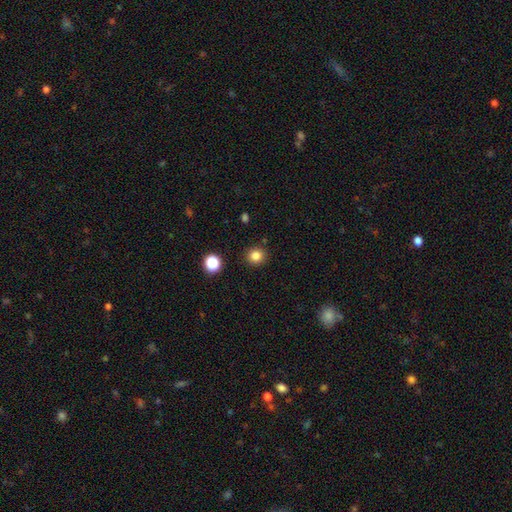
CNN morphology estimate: Smooth or featured? smooth (82%)
How rounded? round (91%)
Merging? none (90%)